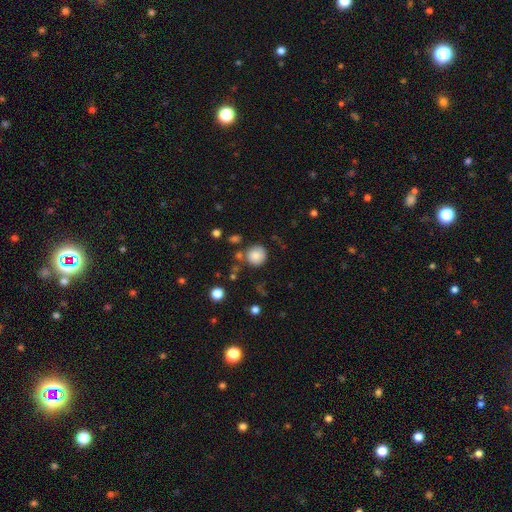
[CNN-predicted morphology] A smooth galaxy with no disk features (84%) that is round (92%). Merging: none (78%).